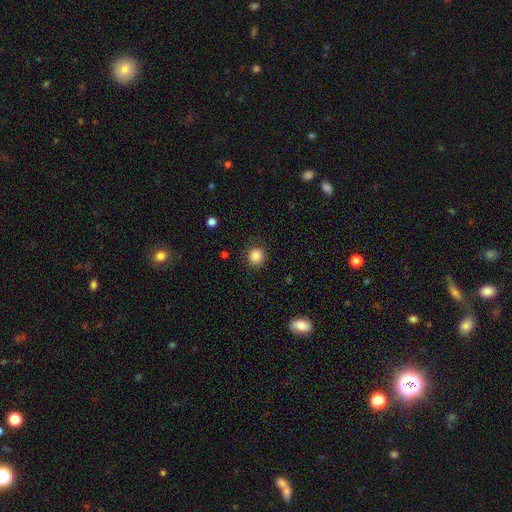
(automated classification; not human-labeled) A smooth galaxy with no disk features (85%) that is round (91%). Merging: none (87%).